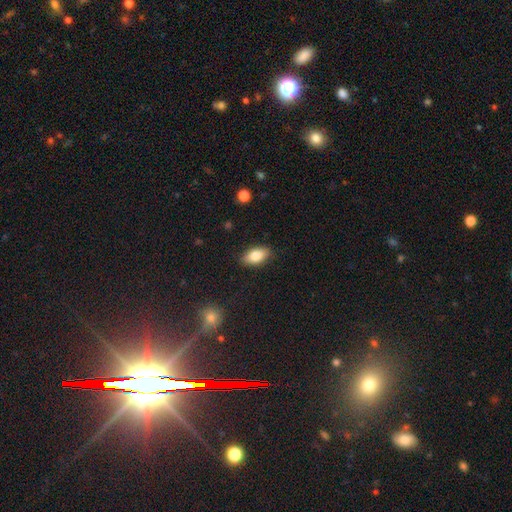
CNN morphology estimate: Q: Smooth or featured?
A: smooth (80%); runner-up: featured or disk (13%)
Q: How rounded?
A: in between (90%); runner-up: cigar-shaped (6%)
Q: Merging?
A: none (87%); runner-up: minor disturbance (9%)